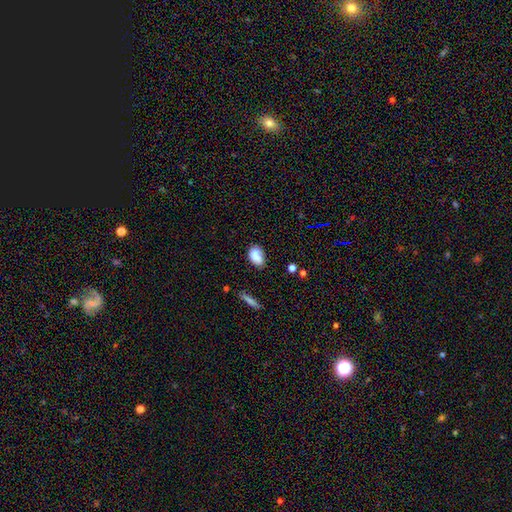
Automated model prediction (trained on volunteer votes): smooth_or_featured: smooth (p=0.82) [alt: star or artifact p=0.09]
how_rounded: in between (p=0.86) [alt: round p=0.12]
merging: none (p=0.62) [alt: minor disturbance p=0.25]